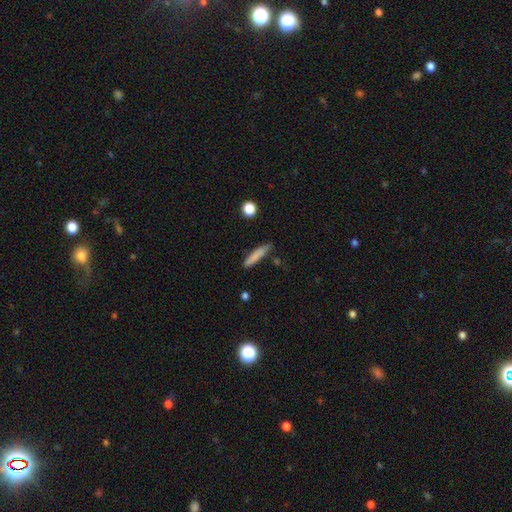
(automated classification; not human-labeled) Morphology: type=smooth (79%); roundness=cigar-shaped (89%); merging=none (78%).